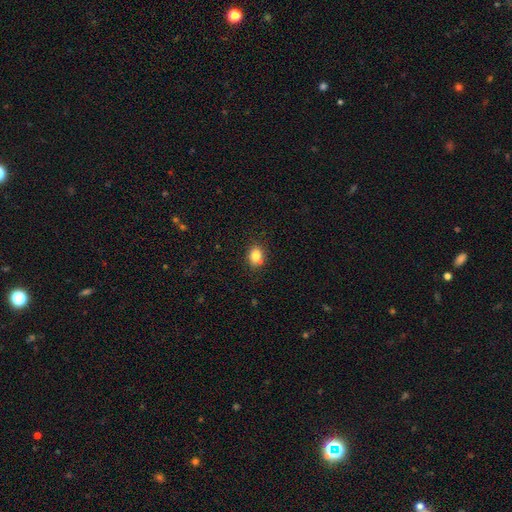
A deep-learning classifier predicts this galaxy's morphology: smooth-or-featured: smooth: 83% | star or artifact: 11% | featured or disk: 7%
  how-rounded: in between: 52% | round: 47% | cigar-shaped: 1%
  merging: none: 76% | minor disturbance: 14% | merger: 6% | major disturbance: 3%